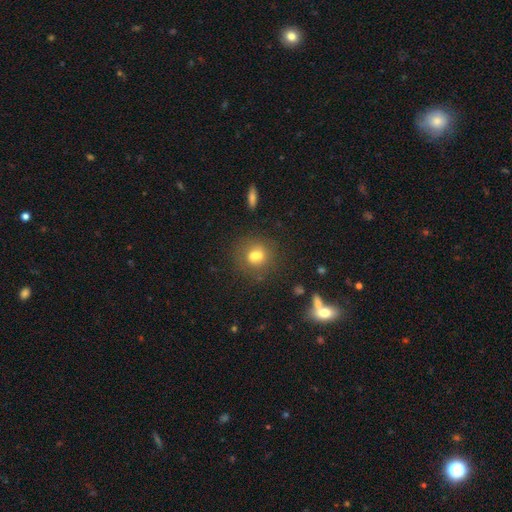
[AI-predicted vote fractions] Morphology: type=smooth (68%); roundness=round (70%); merging=none (48%).